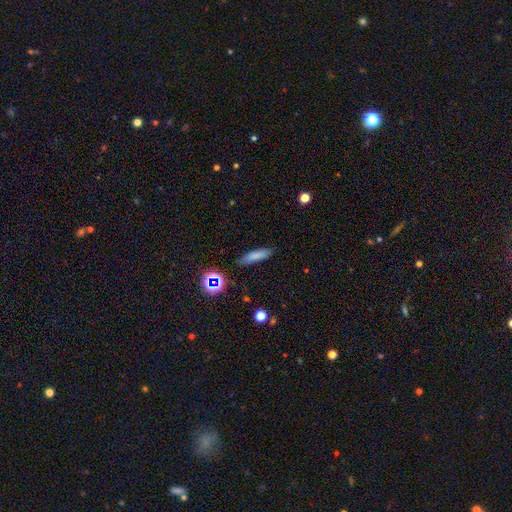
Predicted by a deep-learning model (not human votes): The model was most divided on "how rounded": cigar-shaped: 74%, in between: 24%, round: 3%. More confident: merging — none (83%); smooth or featured — smooth (76%).